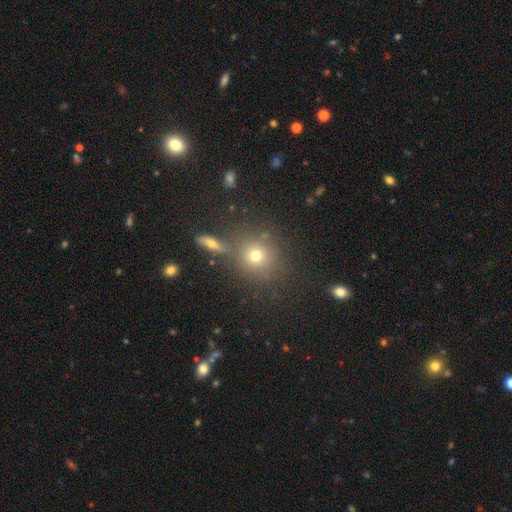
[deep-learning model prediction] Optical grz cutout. It shows a smooth galaxy with no disk features (70%) that is round (84%). Merging: none (72%).